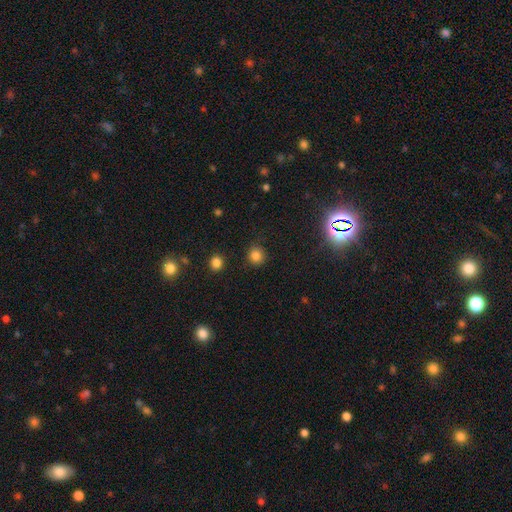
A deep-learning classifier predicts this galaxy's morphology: Q: Smooth or featured?
A: smooth (81%); runner-up: star or artifact (14%)
Q: How rounded?
A: round (90%); runner-up: in between (9%)
Q: Merging?
A: none (87%); runner-up: minor disturbance (8%)